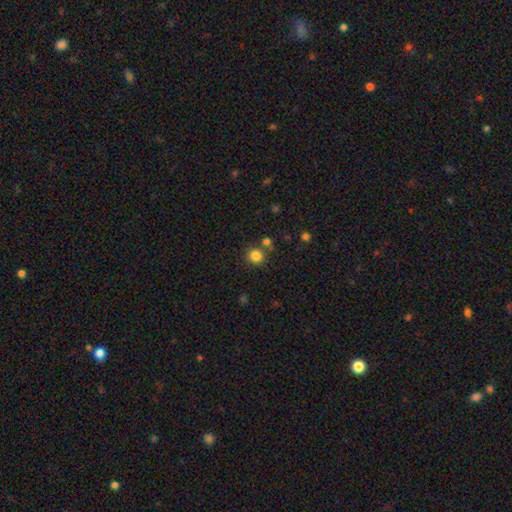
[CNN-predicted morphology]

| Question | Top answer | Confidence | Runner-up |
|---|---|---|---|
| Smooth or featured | smooth | 84% | star or artifact (12%) |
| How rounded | round | 92% | in between (7%) |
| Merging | none | 78% | merger (12%) |